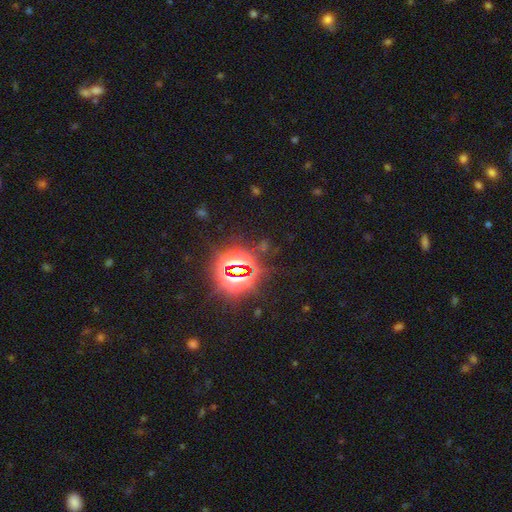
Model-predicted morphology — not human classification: The model was most divided on "smooth or featured": star or artifact: 84%, smooth: 11%, featured or disk: 5%.